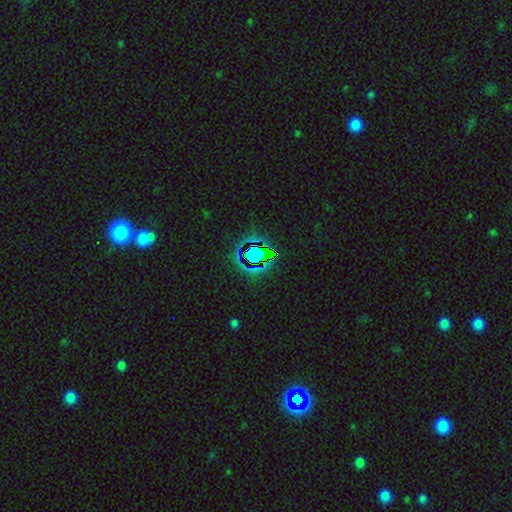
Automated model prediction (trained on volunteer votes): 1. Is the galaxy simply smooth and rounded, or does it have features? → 77% star or artifact, 13% smooth, 10% featured or disk.